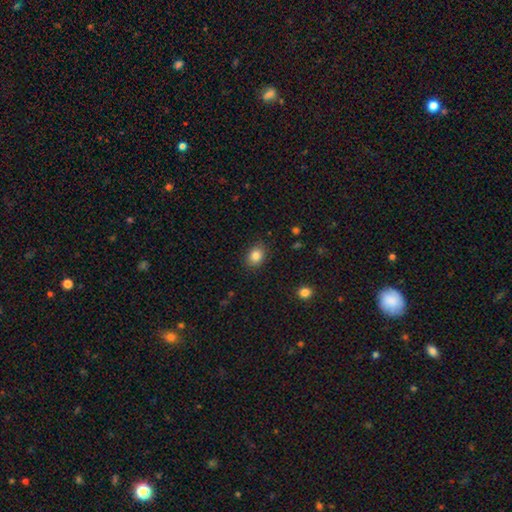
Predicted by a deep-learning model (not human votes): Overall: smooth (85%). How rounded: round (50%, tied with in between). Merging: none (86%).